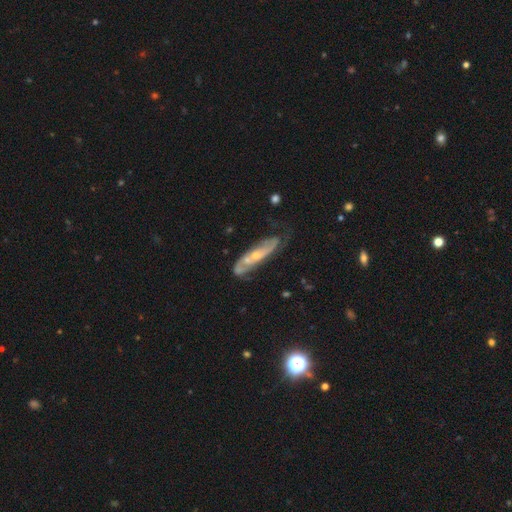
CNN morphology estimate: smooth-or-featured: featured or disk: 71% | smooth: 23% | star or artifact: 6%
  disk-edge-on: no: 73% | yes: 27%
    bar: no: 62% | weak: 28% | strong: 10%
    has-spiral-arms: yes: 80% | no: 20%
    bulge-size: small: 53% | moderate: 41% | none: 3% | large: 2% | dominant: 1%
  merging: none: 47% | minor disturbance: 27% | major disturbance: 16% | merger: 9%